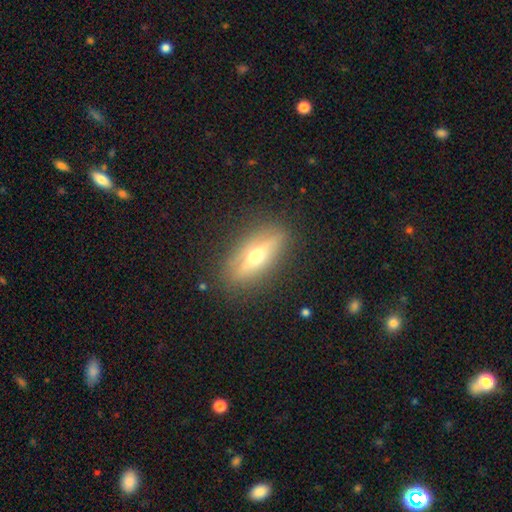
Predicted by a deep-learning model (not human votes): Overall: featured or disk (62%; smooth 31%). Edge-on disk: yes (85%). Edge-on bulge: rounded (94%). Merging: none (87%).